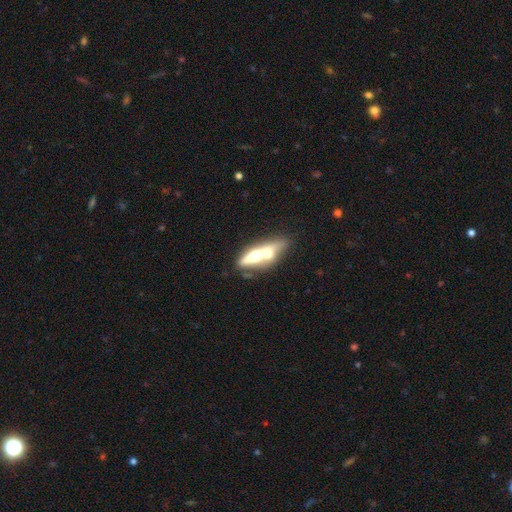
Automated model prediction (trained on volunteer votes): The model was most divided on "smooth or featured": featured or disk: 52%, smooth: 40%, star or artifact: 7%. More confident: edge-on disk — yes (66%); merging — merger (55%).